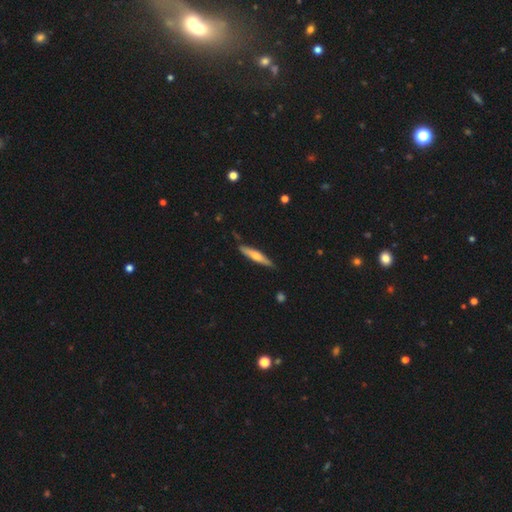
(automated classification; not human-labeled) Q: Smooth or featured?
A: smooth (50%); runner-up: featured or disk (45%)
Q: Merging?
A: none (84%); runner-up: minor disturbance (13%)